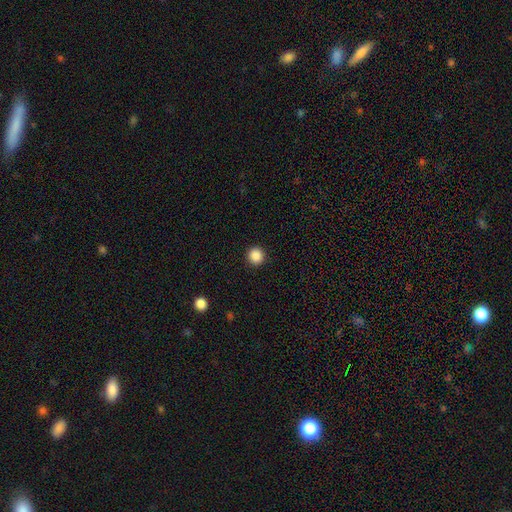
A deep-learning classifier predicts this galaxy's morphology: Smooth or featured?
  - smooth: 87% *
  - star or artifact: 10%
  - featured or disk: 3%
How rounded?
  - round: 95% *
  - in between: 4%
  - cigar-shaped: 1%
Merging?
  - none: 93% *
  - minor disturbance: 4%
  - major disturbance: 2%
  - merger: 1%